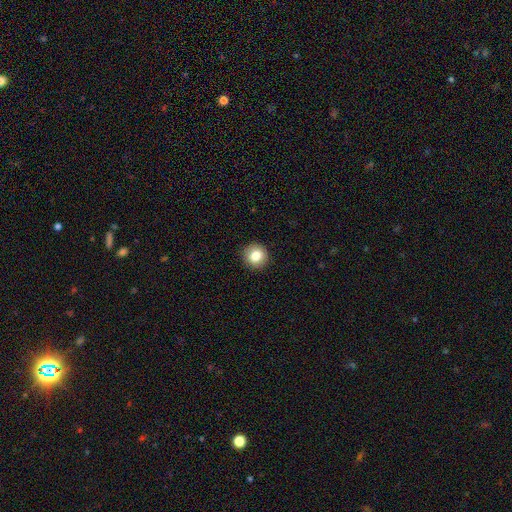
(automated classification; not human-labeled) Q: Smooth or featured?
A: smooth (82%); runner-up: star or artifact (9%)
Q: How rounded?
A: round (92%); runner-up: in between (7%)
Q: Merging?
A: none (92%); runner-up: minor disturbance (6%)